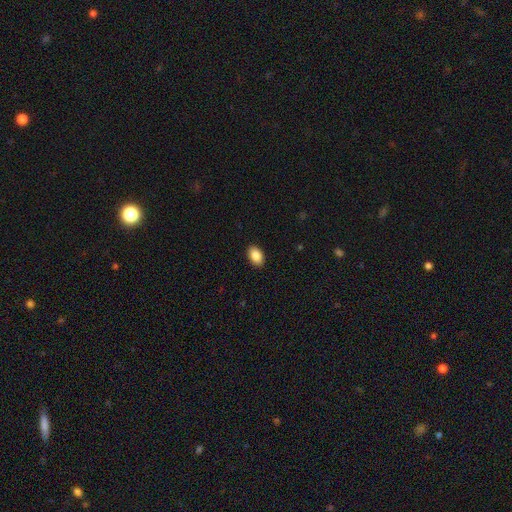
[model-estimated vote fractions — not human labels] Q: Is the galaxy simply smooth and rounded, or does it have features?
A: smooth — 89%.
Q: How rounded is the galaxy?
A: in between — 90%.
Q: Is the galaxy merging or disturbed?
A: none — 90%.